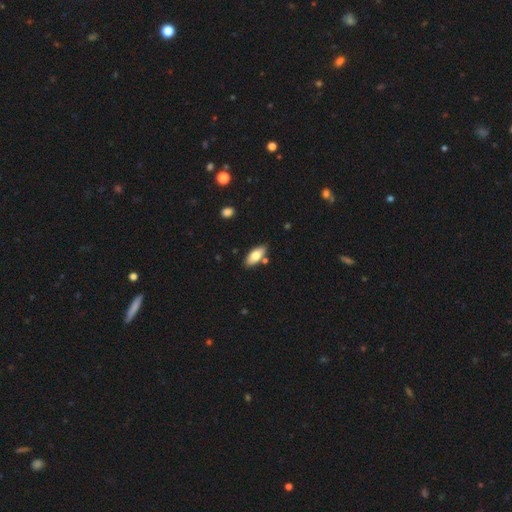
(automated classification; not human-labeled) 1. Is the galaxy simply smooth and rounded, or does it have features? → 72% smooth, 22% featured or disk, 6% star or artifact.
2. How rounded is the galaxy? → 86% in between, 12% cigar-shaped, 2% round.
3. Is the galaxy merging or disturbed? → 80% none, 11% minor disturbance, 7% merger, 2% major disturbance.